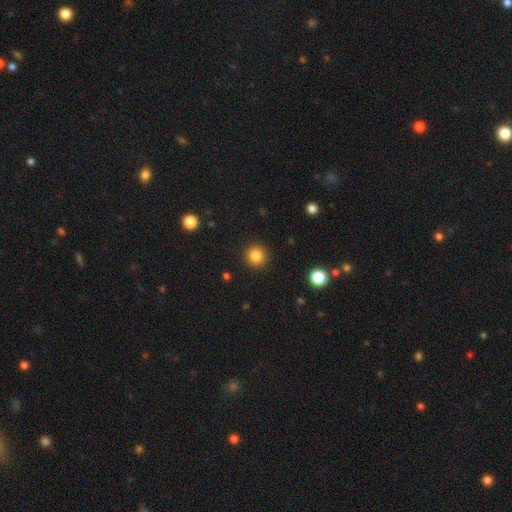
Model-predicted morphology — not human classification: Smooth or featured? Predicted: smooth (p=0.84). How rounded? Predicted: round (p=0.93). Merging? Predicted: none (p=0.91).